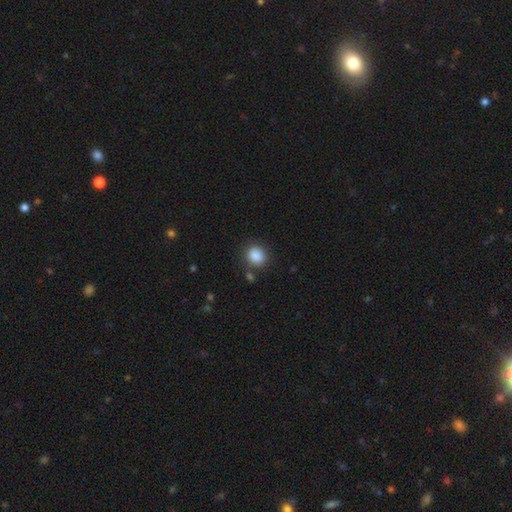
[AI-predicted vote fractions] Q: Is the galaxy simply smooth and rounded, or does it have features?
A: smooth — 88%.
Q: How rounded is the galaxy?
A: round — 73%.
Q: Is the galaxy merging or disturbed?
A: none — 80%.